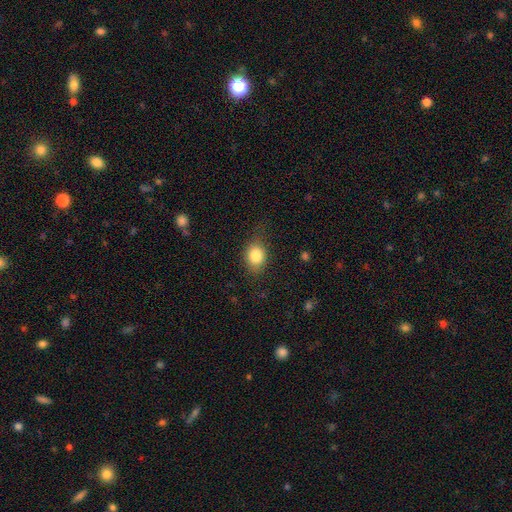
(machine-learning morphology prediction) A smooth galaxy with no disk features (83%) that is in between round and cigar-shaped (55%).

Vote fractions:
- Smooth or featured? smooth: 83% / star or artifact: 9% / featured or disk: 8%
- How rounded? in between: 55% / round: 43% / cigar-shaped: 1%
- Merging? none: 72% / minor disturbance: 20% / major disturbance: 7% / merger: 1%